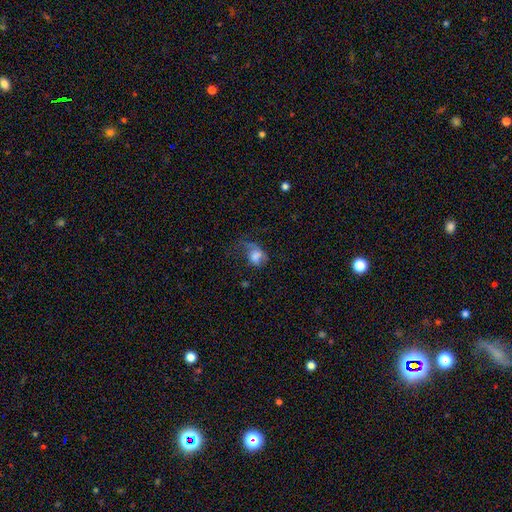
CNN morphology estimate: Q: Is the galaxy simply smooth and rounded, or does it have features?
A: smooth — 65%.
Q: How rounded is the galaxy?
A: in between — 61%.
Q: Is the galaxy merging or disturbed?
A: major disturbance — 44%.